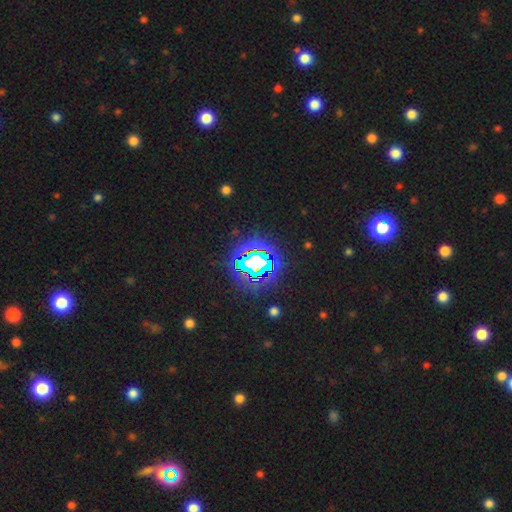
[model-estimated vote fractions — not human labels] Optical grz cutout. It shows a star or artifact, not a galaxy (74%).